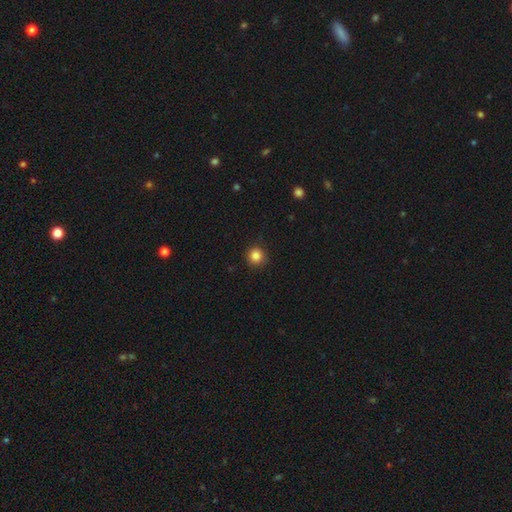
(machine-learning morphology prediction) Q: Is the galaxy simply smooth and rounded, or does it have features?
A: smooth — 86%.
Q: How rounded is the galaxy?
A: round — 94%.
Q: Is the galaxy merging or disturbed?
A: none — 90%.